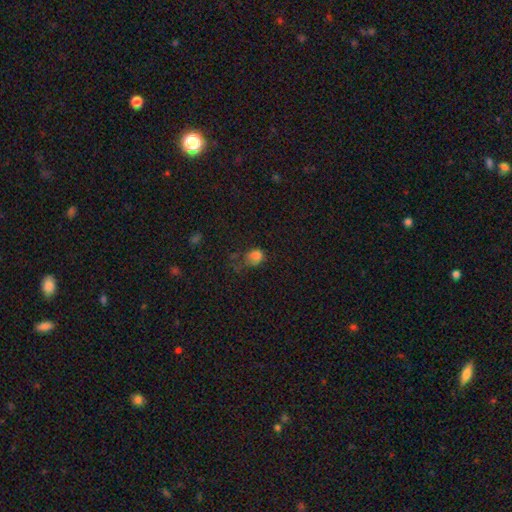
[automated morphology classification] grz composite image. It shows a smooth galaxy with no disk features (74%) that is in between round and cigar-shaped (52%). Merging: major disturbance (37%).